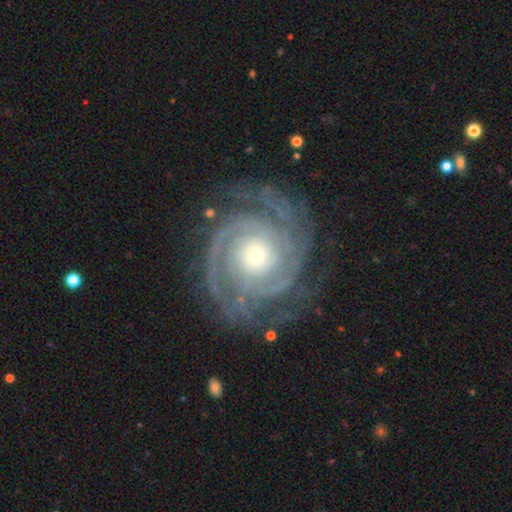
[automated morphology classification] featured or disk 92%, star or artifact 5%, smooth 3%. Down the decision tree: edge-on disk — no (98%); bar — no (77%); spiral arms — yes (98%); spiral arm count — 2 (26%); spiral winding — tight (78%); bulge size — small (56%); merging — none (76%).